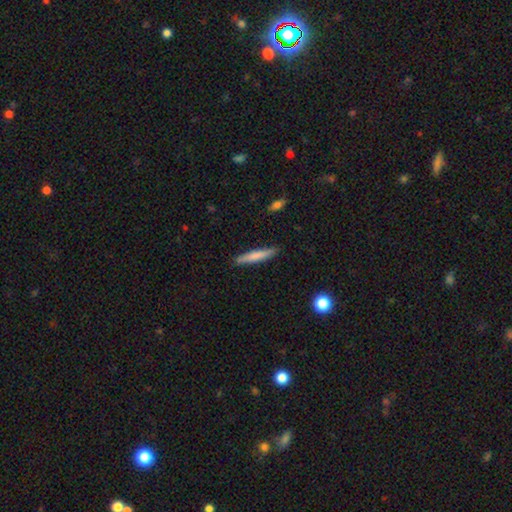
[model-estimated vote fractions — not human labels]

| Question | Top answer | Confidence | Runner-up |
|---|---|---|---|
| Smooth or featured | smooth | 74% | featured or disk (20%) |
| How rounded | cigar-shaped | 93% | in between (6%) |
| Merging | none | 88% | minor disturbance (9%) |